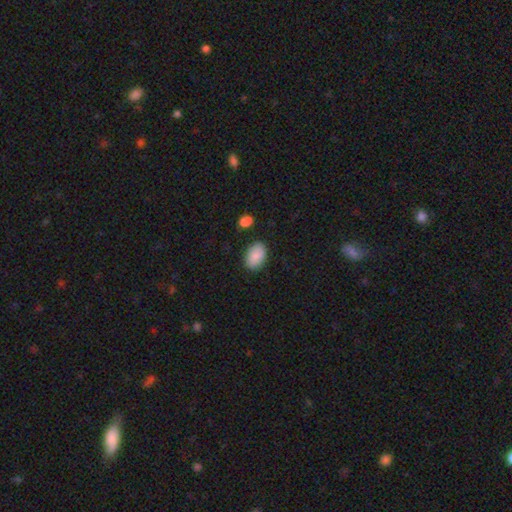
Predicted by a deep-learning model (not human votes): This is clearly a smooth galaxy (87%). How rounded: clearly in between (90%). Merging: clearly none (85%).